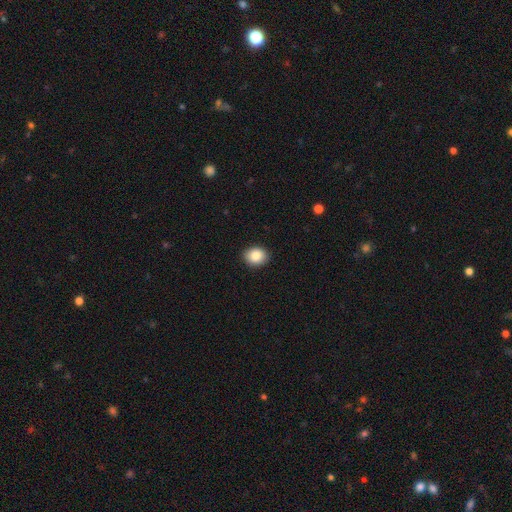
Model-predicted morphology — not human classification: Smooth or featured? smooth (87%)
How rounded? in between (54%)
Merging? none (90%)